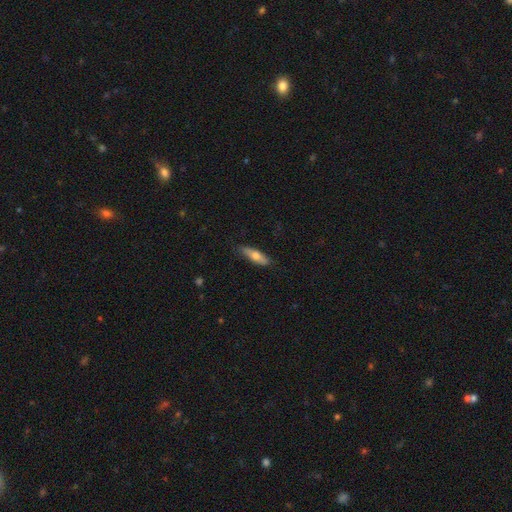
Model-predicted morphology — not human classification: The model was most divided on "how rounded": cigar-shaped: 57%, in between: 40%, round: 2%. More confident: merging — none (83%); smooth or featured — smooth (64%).